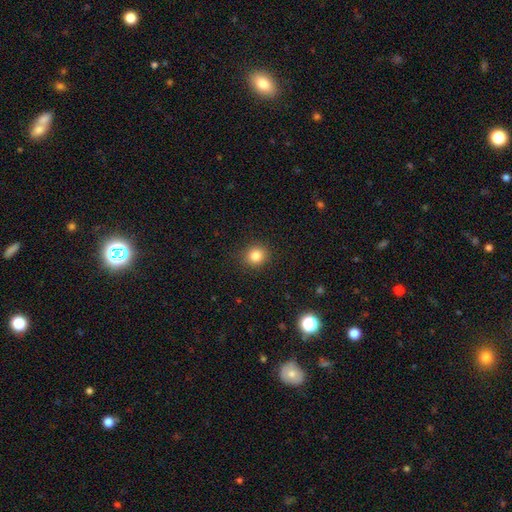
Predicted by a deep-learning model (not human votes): Smooth or featured? Predicted: smooth (p=0.84). How rounded? Predicted: round (p=0.87). Merging? Predicted: none (p=0.89).